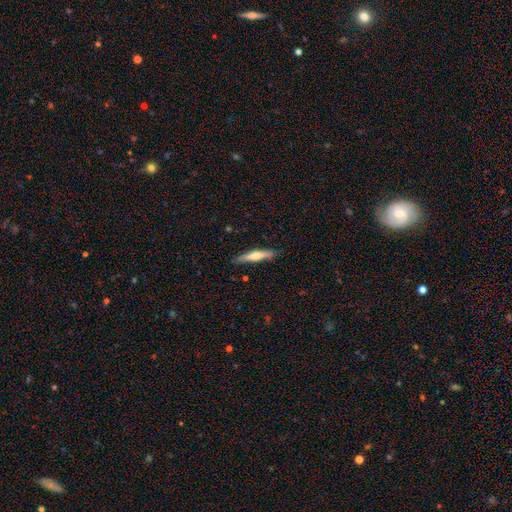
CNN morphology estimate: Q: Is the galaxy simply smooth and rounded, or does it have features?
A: smooth — 52%.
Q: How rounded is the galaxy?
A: cigar-shaped — 89%.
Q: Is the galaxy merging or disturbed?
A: none — 87%.